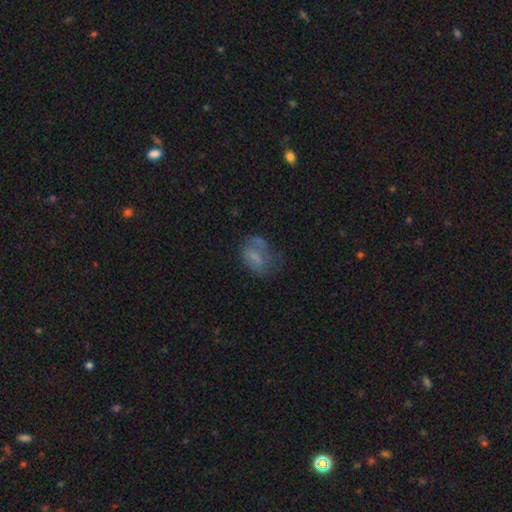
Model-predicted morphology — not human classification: A smooth galaxy with no disk features (57%) that is in between round and cigar-shaped (75%). Merging: none (40%).